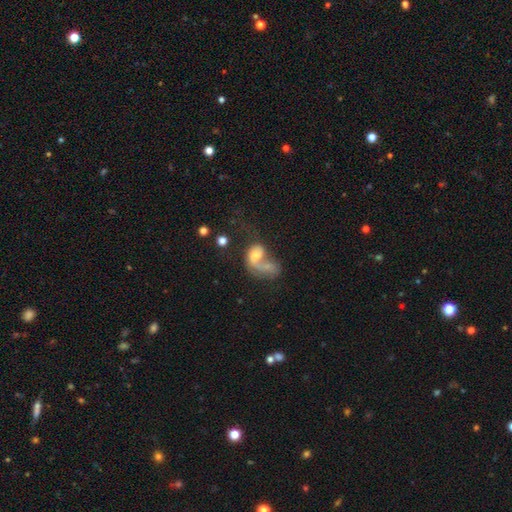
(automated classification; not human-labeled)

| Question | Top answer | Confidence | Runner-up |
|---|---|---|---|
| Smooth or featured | featured or disk | 48% | smooth (42%) |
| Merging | merger | 45% | major disturbance (30%) |